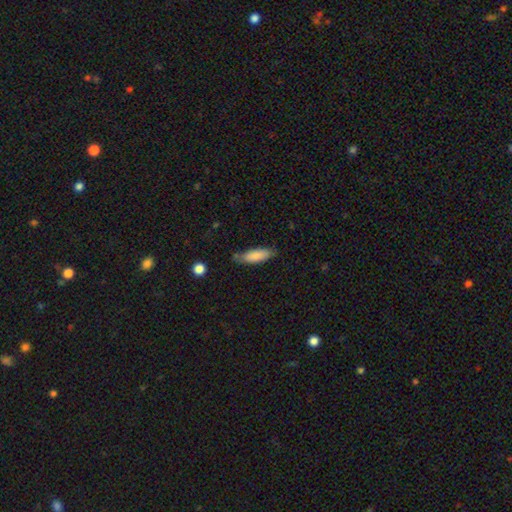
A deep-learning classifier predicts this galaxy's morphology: Overall: smooth (84%). How rounded: in between (53%; cigar-shaped 45%). Merging: none (70%).